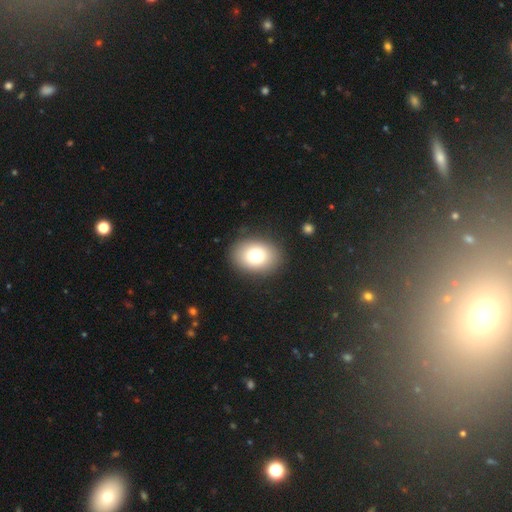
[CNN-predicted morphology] A smooth galaxy with no disk features (81%) that is in between round and cigar-shaped (70%).

Vote fractions:
- Smooth or featured? smooth: 81% / featured or disk: 10% / star or artifact: 9%
- How rounded? in between: 70% / round: 29% / cigar-shaped: 1%
- Merging? none: 87% / minor disturbance: 8% / major disturbance: 3% / merger: 1%